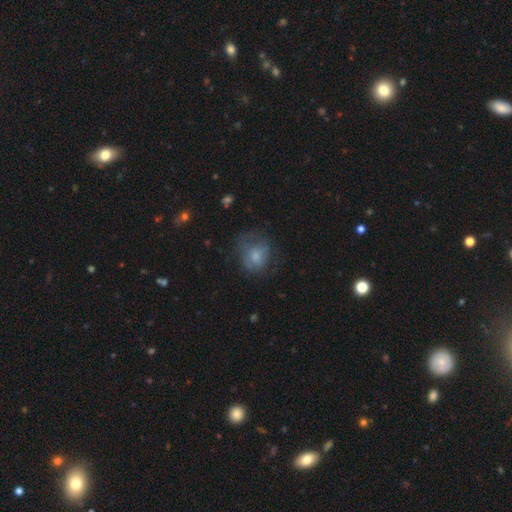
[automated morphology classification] Overall: smooth (65%; featured or disk 25%). How rounded: round (64%; in between 36%). Merging: none (46%; minor disturbance 27%).